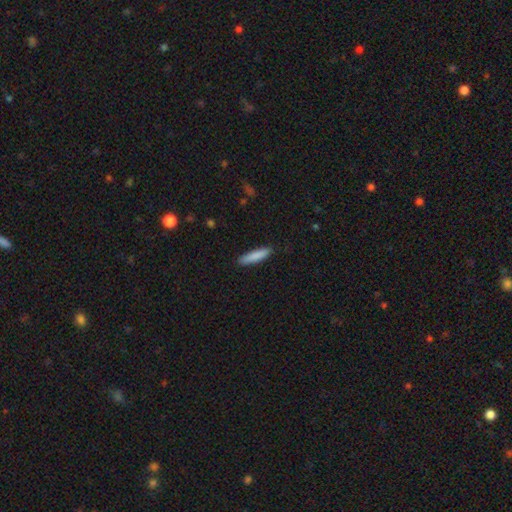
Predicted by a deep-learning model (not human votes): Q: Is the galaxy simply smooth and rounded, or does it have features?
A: smooth — 85%.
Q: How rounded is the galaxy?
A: cigar-shaped — 83%.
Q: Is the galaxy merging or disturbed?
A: none — 90%.